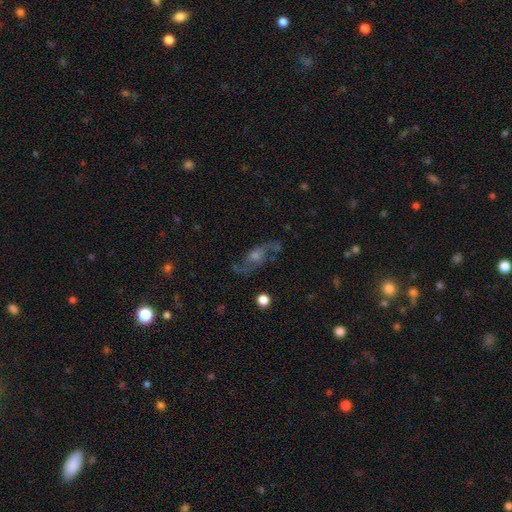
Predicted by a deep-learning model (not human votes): smooth-or-featured: featured or disk: 76% | star or artifact: 12% | smooth: 12%
  disk-edge-on: no: 90% | yes: 10%
    bar: no: 64% | weak: 29% | strong: 7%
    has-spiral-arms: yes: 93% | no: 7%
      spiral-winding: loose: 48% | medium: 40% | tight: 12%
      spiral-arm-count: 2: 88% | can't tell: 5% | 1: 2% | 3: 2% | 4: 1% | more than 4: 1%
    bulge-size: moderate: 48% | small: 35% | large: 9% | none: 7% | dominant: 2%
  merging: none: 73% | minor disturbance: 15% | major disturbance: 9% | merger: 2%